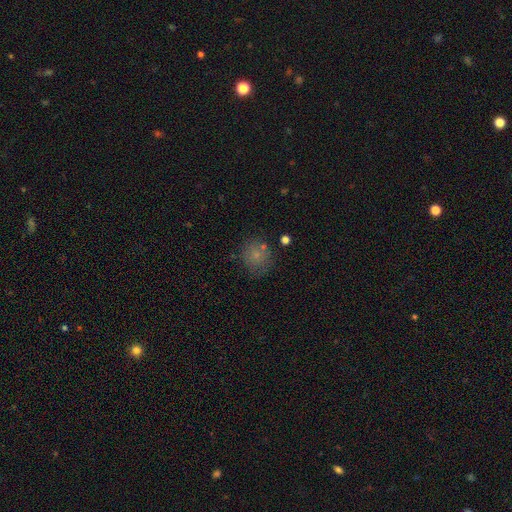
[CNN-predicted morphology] Q: Smooth or featured?
A: smooth (74%); runner-up: star or artifact (15%)
Q: How rounded?
A: round (86%); runner-up: in between (13%)
Q: Merging?
A: none (72%); runner-up: minor disturbance (16%)